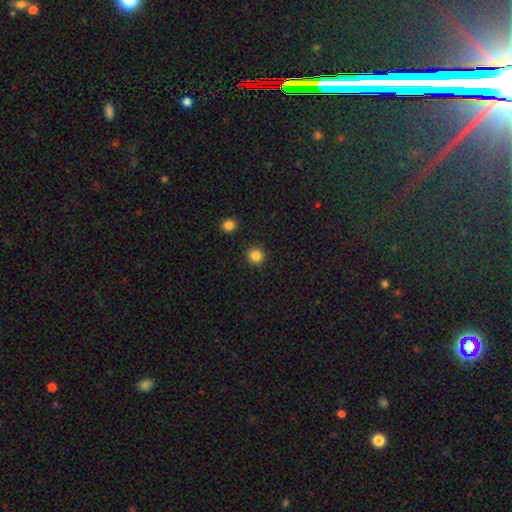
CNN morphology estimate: Smooth or featured? smooth (85%)
How rounded? round (94%)
Merging? none (92%)